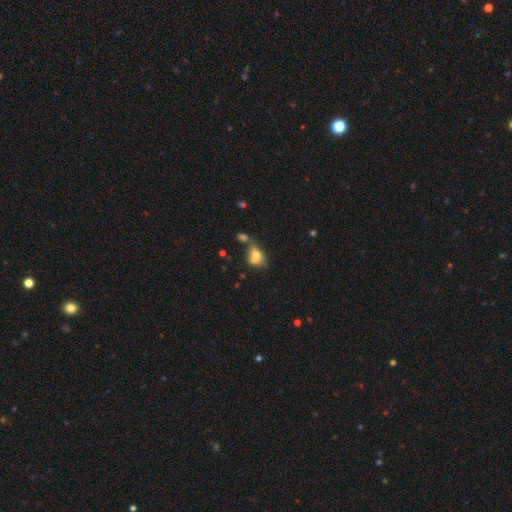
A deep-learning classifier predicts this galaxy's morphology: A smooth galaxy with no disk features (65%) that is in between round and cigar-shaped (64%). Merging: merger (51%).